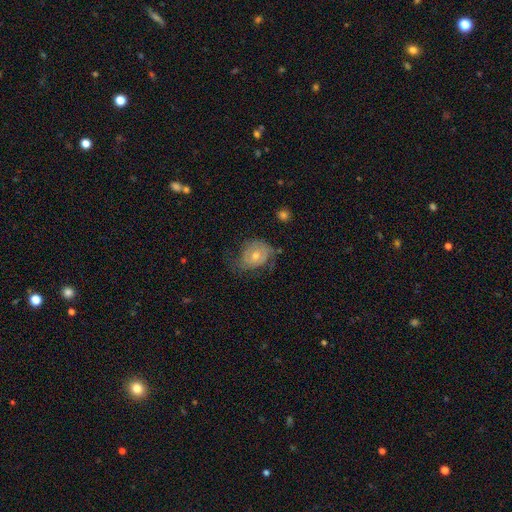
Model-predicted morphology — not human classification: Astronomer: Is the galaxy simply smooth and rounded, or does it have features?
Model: featured or disk — 59%.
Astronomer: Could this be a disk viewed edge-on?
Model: no — 96%.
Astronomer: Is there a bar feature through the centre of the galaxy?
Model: no — 75%.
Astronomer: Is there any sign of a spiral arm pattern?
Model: yes — 70%.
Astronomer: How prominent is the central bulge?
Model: moderate — 57% (runner-up: small, 37%).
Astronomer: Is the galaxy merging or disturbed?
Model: none — 52% (runner-up: minor disturbance, 28%).